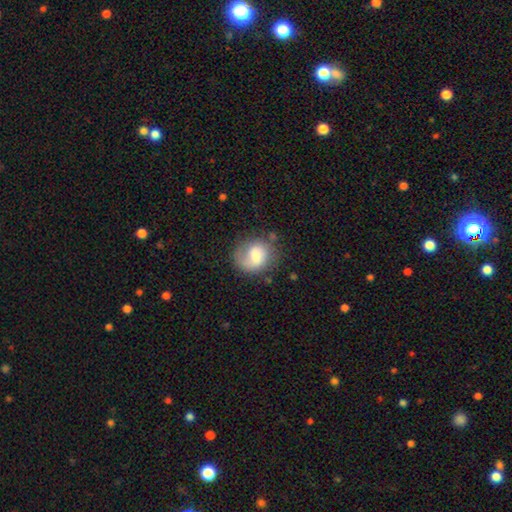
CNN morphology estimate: Overall: smooth (59%; featured or disk 33%). How rounded: round (71%). Merging: none (57%; minor disturbance 23%).